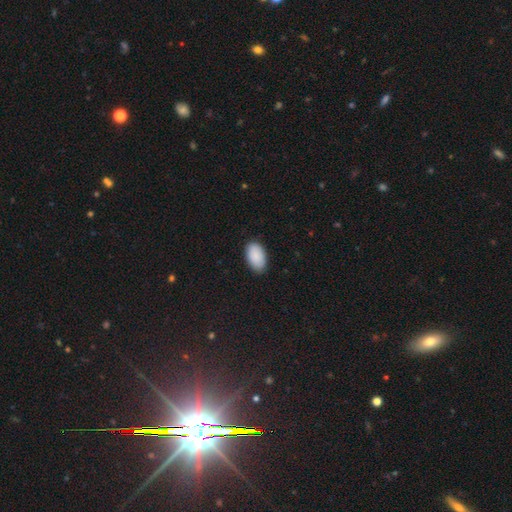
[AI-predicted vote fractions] This appears to be a smooth galaxy with no disk features (90%) that is in between round and cigar-shaped (95%). Merging: none (86%).